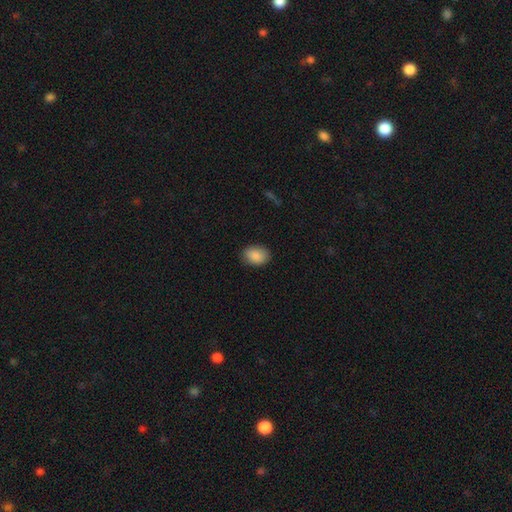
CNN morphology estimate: Q: Smooth or featured?
A: smooth (89%); runner-up: star or artifact (7%)
Q: How rounded?
A: in between (79%); runner-up: round (20%)
Q: Merging?
A: none (85%); runner-up: minor disturbance (11%)